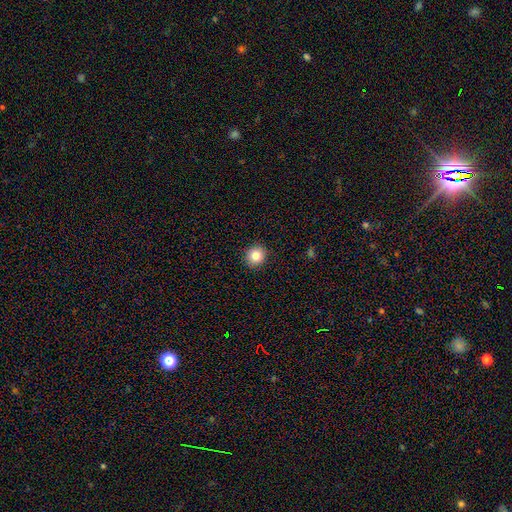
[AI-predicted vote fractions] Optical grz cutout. It shows a smooth galaxy with no disk features (84%) that is round (90%). Merging: none (92%).